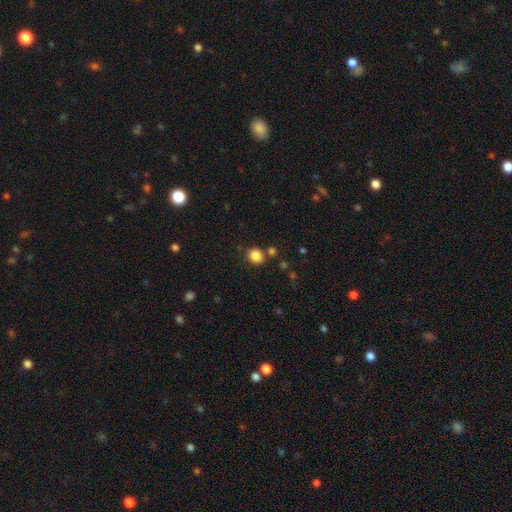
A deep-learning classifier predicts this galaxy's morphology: smooth 85%, star or artifact 11%, featured or disk 4%. Down the decision tree: how rounded — round (69%); merging — none (75%).